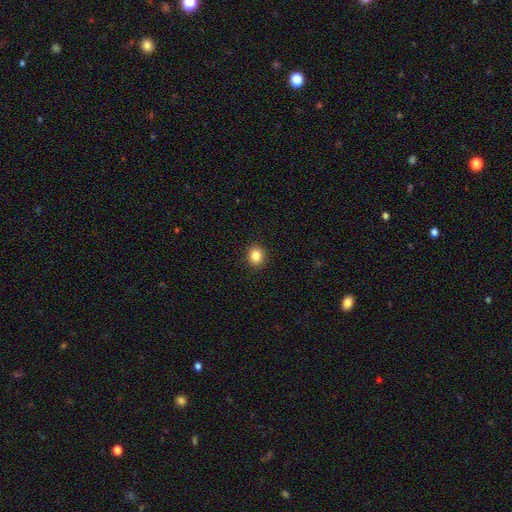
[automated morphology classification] This is clearly a smooth galaxy (84%). How rounded: likely round (78%). Merging: clearly none (91%).